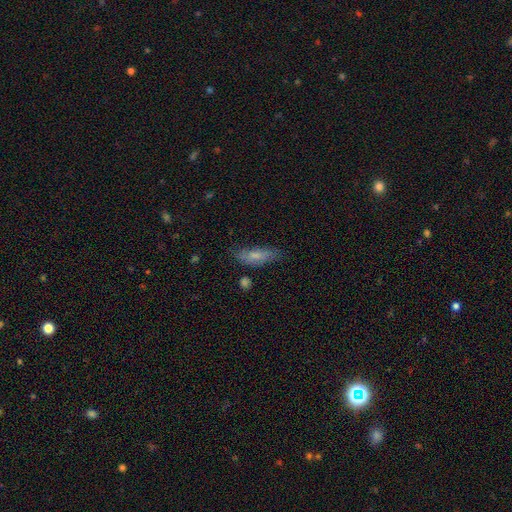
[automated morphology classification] Smooth or featured? Predicted: smooth (p=0.69). How rounded? Predicted: in between (p=0.51). Merging? Predicted: none (p=0.70).